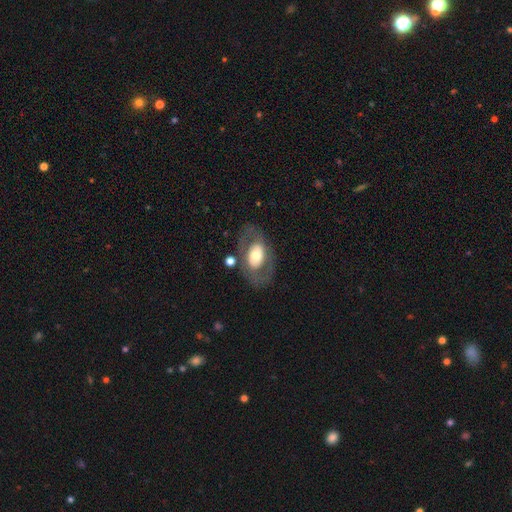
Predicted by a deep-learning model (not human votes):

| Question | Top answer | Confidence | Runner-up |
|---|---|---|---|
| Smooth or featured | featured or disk | 51% | smooth (42%) |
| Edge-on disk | no | 91% | yes (9%) |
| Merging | none | 72% | minor disturbance (14%) |